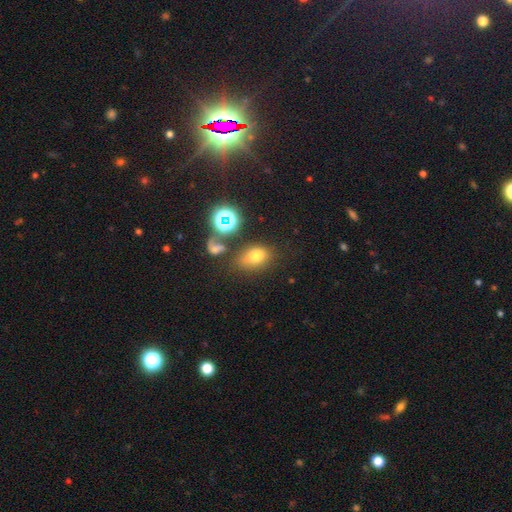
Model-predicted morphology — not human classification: type=smooth (68%); roundness=in between (70%); merging=none (61%).